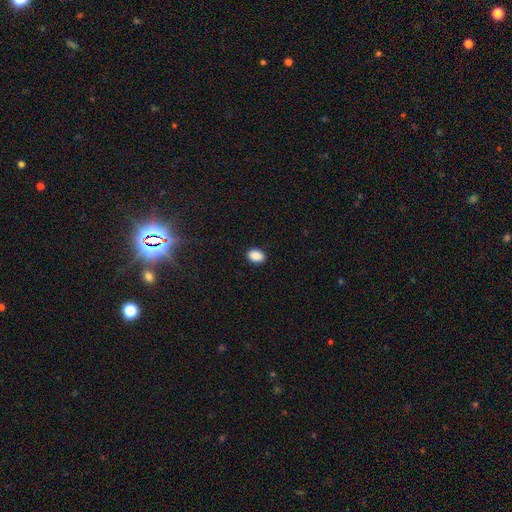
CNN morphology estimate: type=smooth (90%); roundness=in between (79%); merging=none (90%).